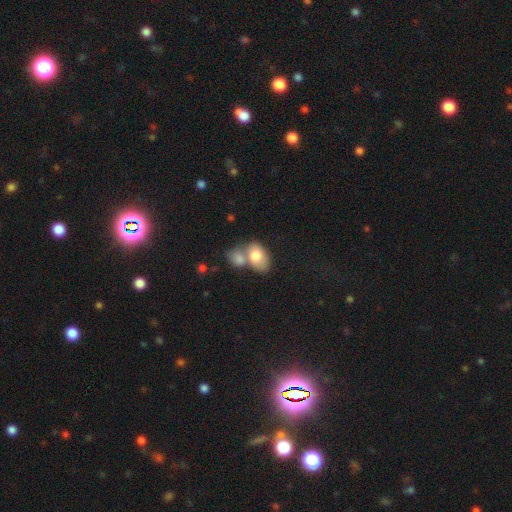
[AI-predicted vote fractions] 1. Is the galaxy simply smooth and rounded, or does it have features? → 76% smooth, 17% featured or disk, 7% star or artifact.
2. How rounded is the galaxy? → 85% in between, 14% round, 1% cigar-shaped.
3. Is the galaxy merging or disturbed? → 59% merger, 26% none, 10% minor disturbance, 5% major disturbance.